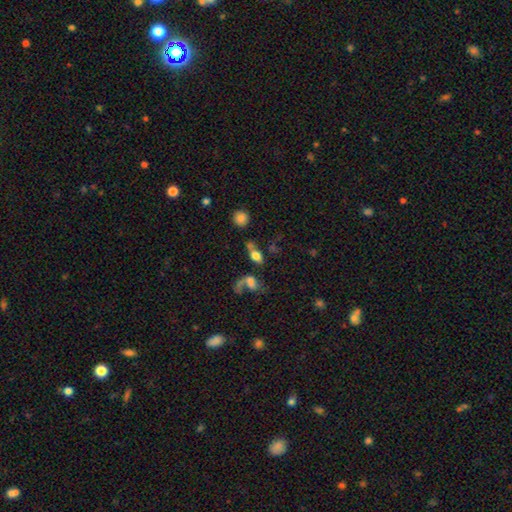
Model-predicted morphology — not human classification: The model was most divided on "merging": none: 36%, merger: 33%, major disturbance: 18%, minor disturbance: 14%. More confident: how rounded — in between (70%); smooth or featured — smooth (62%).